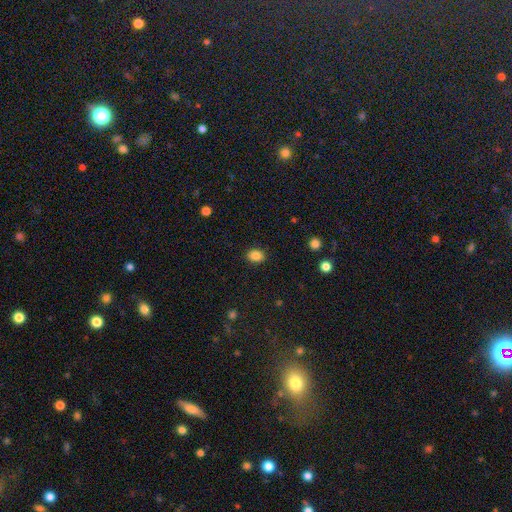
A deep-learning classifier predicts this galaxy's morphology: Smooth or featured?
  - smooth: 86% *
  - star or artifact: 10%
  - featured or disk: 5%
How rounded?
  - in between: 64% *
  - round: 35%
  - cigar-shaped: 1%
Merging?
  - none: 89% *
  - minor disturbance: 8%
  - major disturbance: 2%
  - merger: 1%